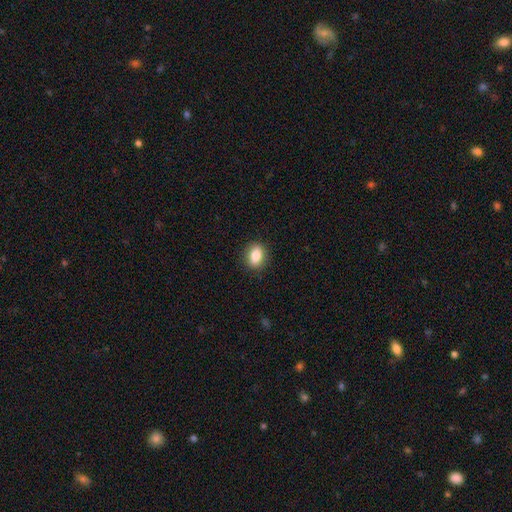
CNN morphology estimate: Smooth or featured? Predicted: smooth (p=0.84). How rounded? Predicted: in between (p=0.69). Merging? Predicted: none (p=0.89).